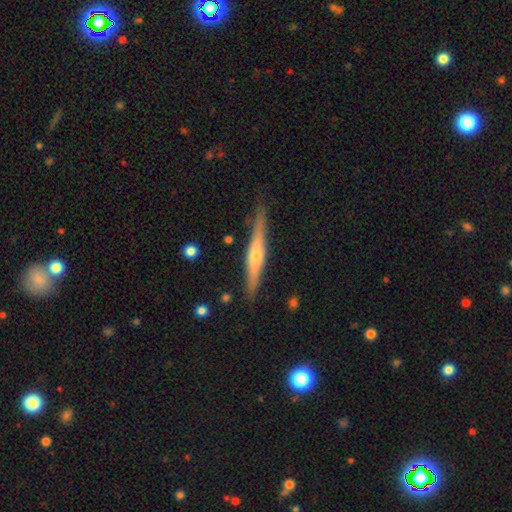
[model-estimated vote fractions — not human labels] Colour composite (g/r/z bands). It shows a featured or disk galaxy (66%) viewed edge-on (96%) with a rounded central bulge (82%). Merging: none (85%).